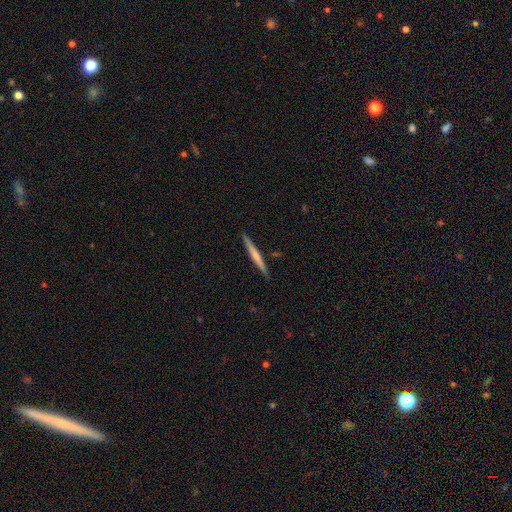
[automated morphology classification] type=smooth (54%); roundness=cigar-shaped (96%); merging=none (91%).